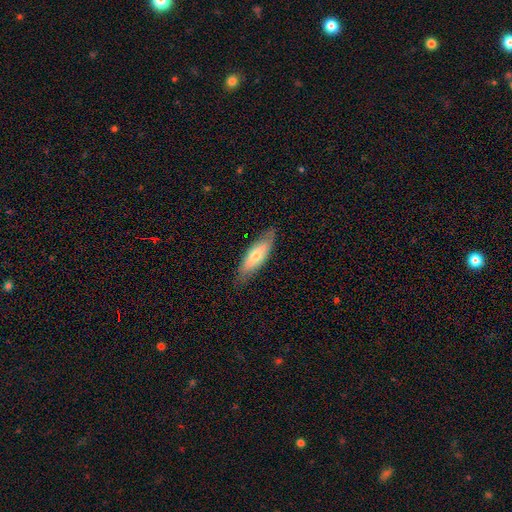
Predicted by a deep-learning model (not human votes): This is likely a smooth galaxy (62%). How rounded: possibly in between (50%). Merging: likely none (80%).